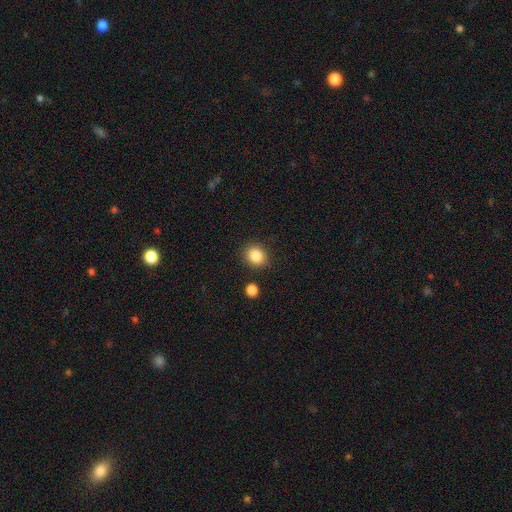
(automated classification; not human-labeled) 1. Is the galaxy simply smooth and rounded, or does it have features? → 85% smooth, 10% star or artifact, 5% featured or disk.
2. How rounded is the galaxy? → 69% round, 30% in between, 1% cigar-shaped.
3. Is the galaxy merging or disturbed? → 86% none, 8% minor disturbance, 3% merger, 3% major disturbance.